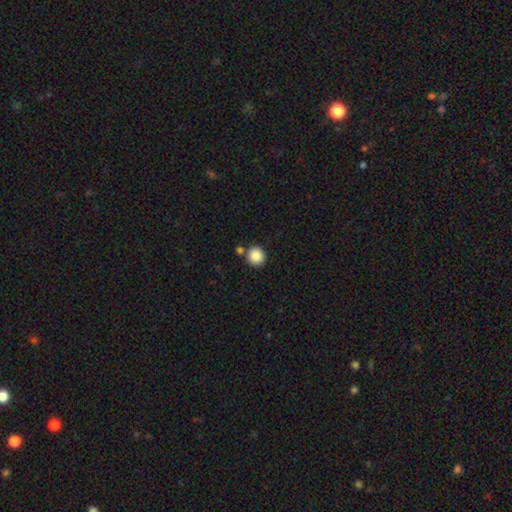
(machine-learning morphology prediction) The model was most divided on "merging": none: 78%, merger: 11%, minor disturbance: 8%, major disturbance: 3%. More confident: how rounded — round (92%); smooth or featured — smooth (88%).